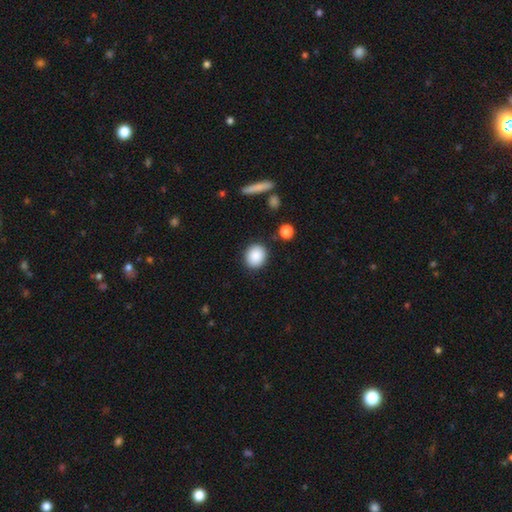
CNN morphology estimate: Smooth or featured: smooth — 88% (star or artifact — 8%)
How rounded: round — 71% (in between — 28%)
Merging: none — 88% (minor disturbance — 8%)